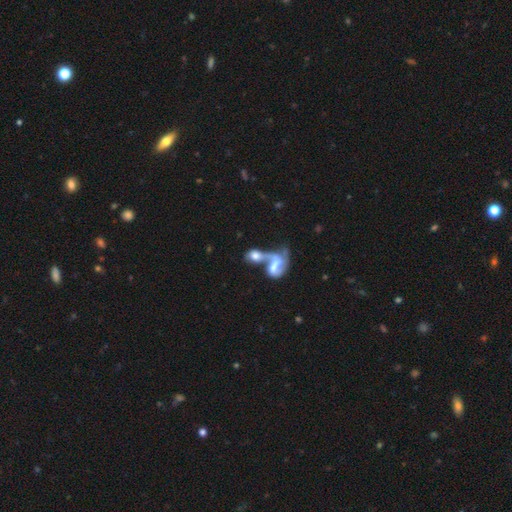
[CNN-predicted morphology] A smooth galaxy with no disk features (48%). Merging: merger (74%).